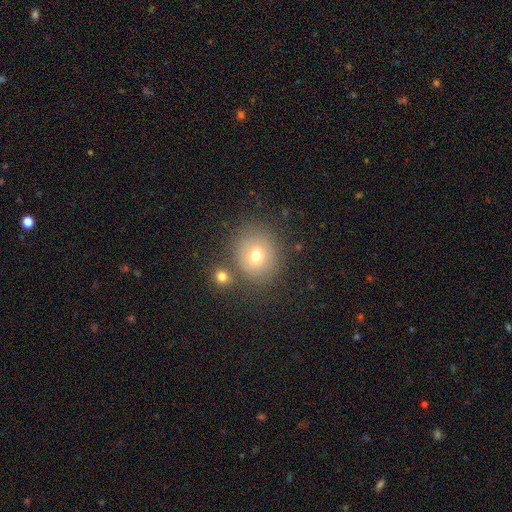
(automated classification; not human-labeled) Smooth or featured? smooth (69%)
How rounded? round (81%)
Merging? none (73%)